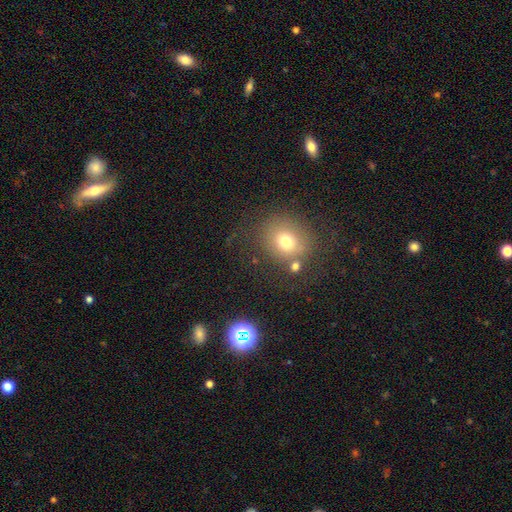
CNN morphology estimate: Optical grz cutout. It shows a smooth galaxy with no disk features (63%) that is round (76%). Merging: none (77%).